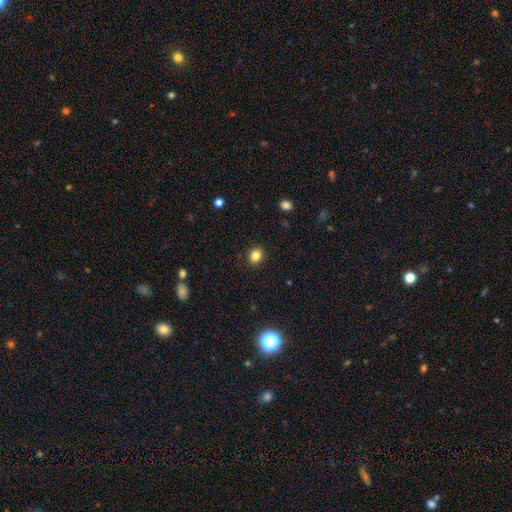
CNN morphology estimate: Overall: smooth (84%). How rounded: round (62%; in between 38%). Merging: none (90%).